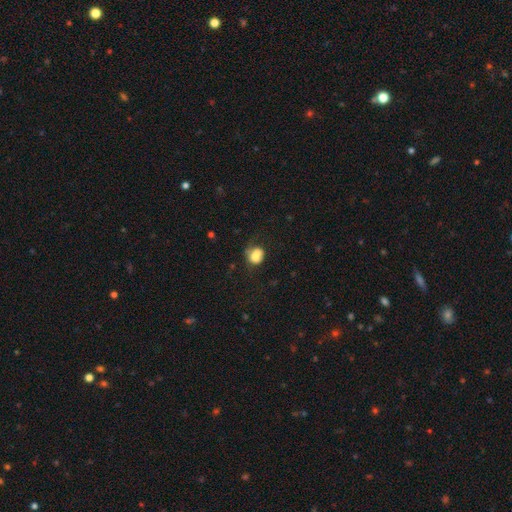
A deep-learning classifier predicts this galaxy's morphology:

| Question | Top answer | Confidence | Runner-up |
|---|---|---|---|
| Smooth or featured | smooth | 78% | featured or disk (12%) |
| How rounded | round | 53% | in between (46%) |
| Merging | none | 47% | minor disturbance (31%) |